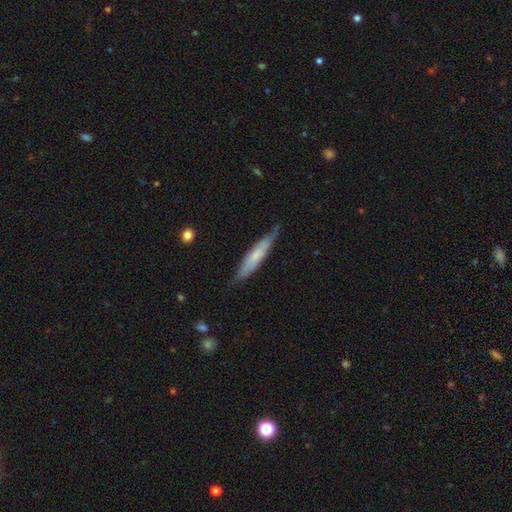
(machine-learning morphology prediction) Smooth or featured?
  - smooth: 54% *
  - featured or disk: 41%
  - star or artifact: 6%
How rounded?
  - cigar-shaped: 87% *
  - in between: 12%
  - round: 1%
Merging?
  - none: 73% *
  - minor disturbance: 21%
  - major disturbance: 4%
  - merger: 2%